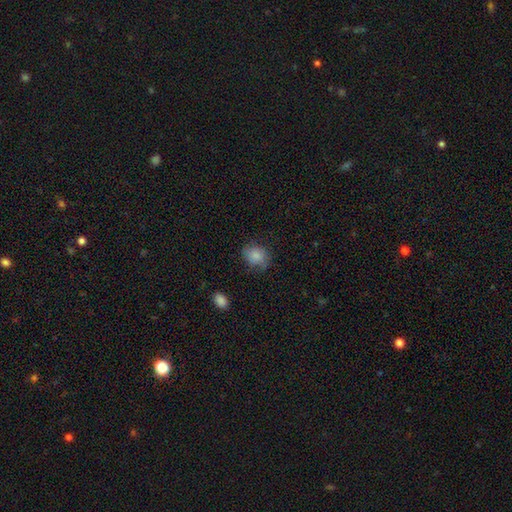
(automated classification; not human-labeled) smooth_or_featured: smooth (p=0.82) [alt: featured or disk p=0.10]
how_rounded: round (p=0.57) [alt: in between p=0.42]
merging: none (p=0.68) [alt: minor disturbance p=0.23]